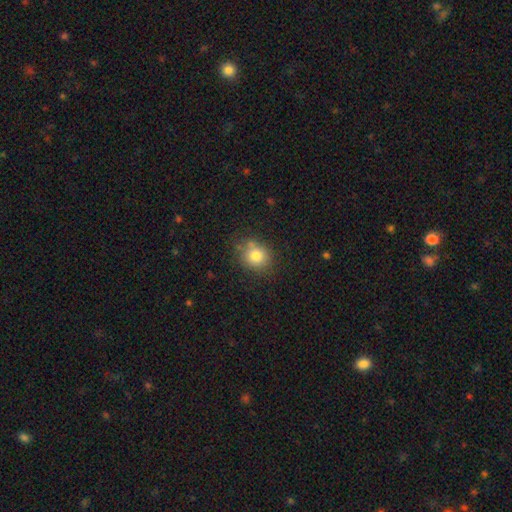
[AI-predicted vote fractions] A smooth galaxy with no disk features (80%) that is round (72%). Merging: none (71%).